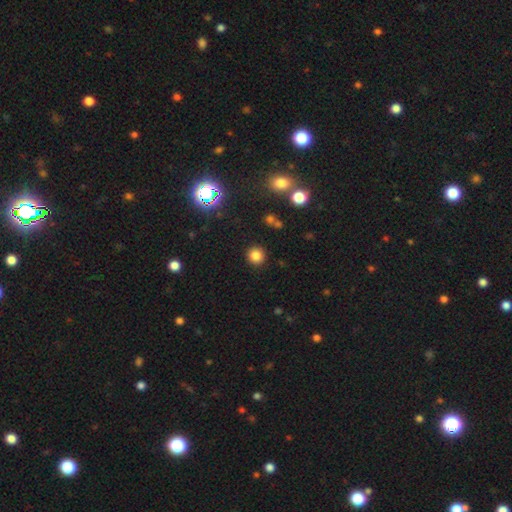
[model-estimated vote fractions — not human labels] Smooth or featured? Predicted: smooth (p=0.80). How rounded? Predicted: round (p=0.93). Merging? Predicted: none (p=0.90).